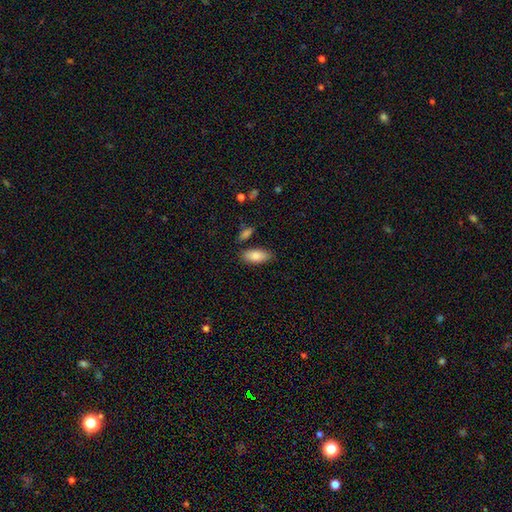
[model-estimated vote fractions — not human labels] Morphology: type=smooth (86%); roundness=in between (86%); merging=none (78%).